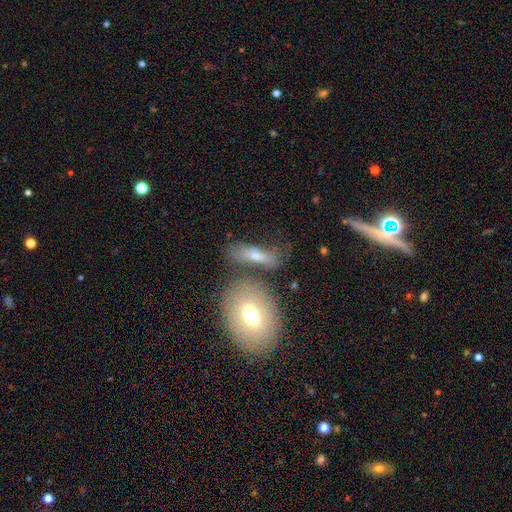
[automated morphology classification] type=smooth (54%); roundness=in between (62%); merging=none (53%).